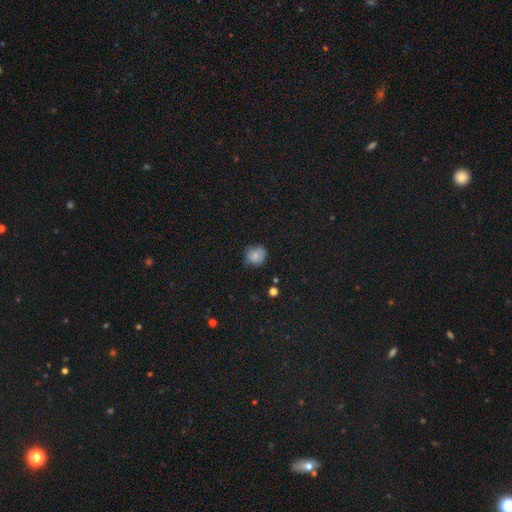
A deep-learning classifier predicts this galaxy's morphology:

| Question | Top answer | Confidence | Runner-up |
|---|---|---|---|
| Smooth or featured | smooth | 73% | featured or disk (16%) |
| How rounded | round | 80% | in between (19%) |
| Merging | none | 63% | minor disturbance (28%) |